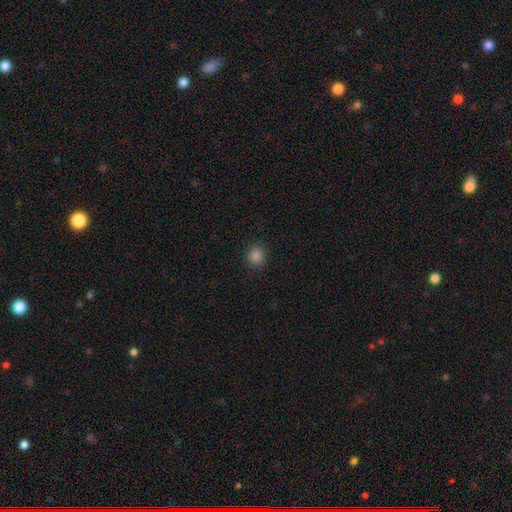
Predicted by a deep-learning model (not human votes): This is clearly a smooth galaxy (85%). How rounded: clearly round (85%). Merging: clearly none (90%).